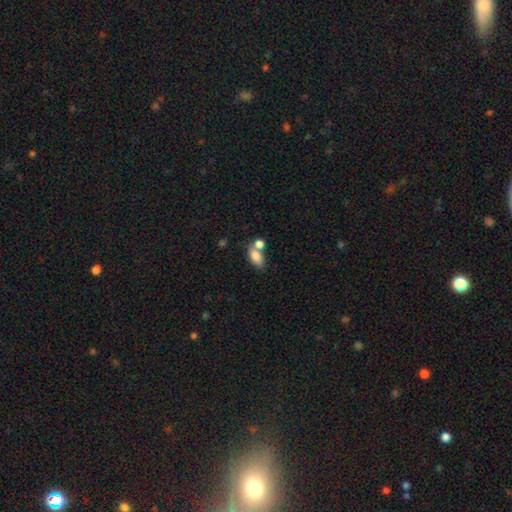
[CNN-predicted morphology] A smooth galaxy with no disk features (81%) that is in between round and cigar-shaped (86%).

Vote fractions:
- Smooth or featured? smooth: 81% / featured or disk: 10% / star or artifact: 9%
- How rounded? in between: 86% / round: 9% / cigar-shaped: 5%
- Merging? none: 43% / merger: 38% / minor disturbance: 13% / major disturbance: 6%